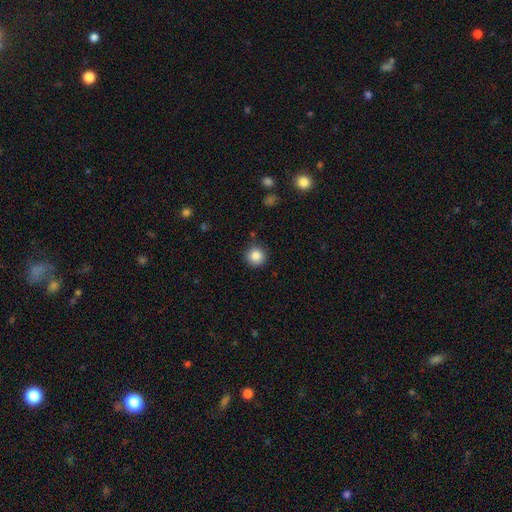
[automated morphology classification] Overall: smooth (86%). How rounded: round (94%). Merging: none (88%).